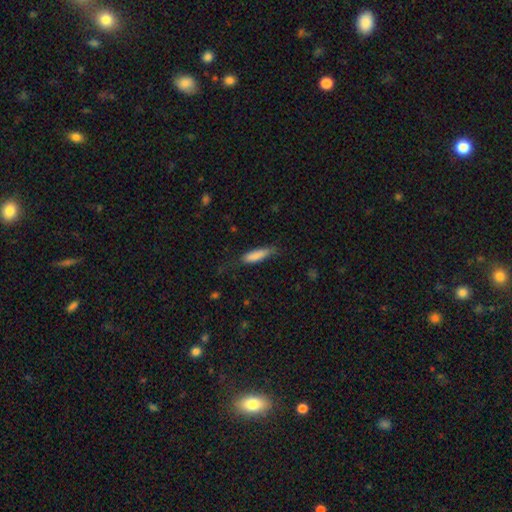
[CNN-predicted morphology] Smooth or featured? smooth (82%)
How rounded? cigar-shaped (64%)
Merging? none (61%)